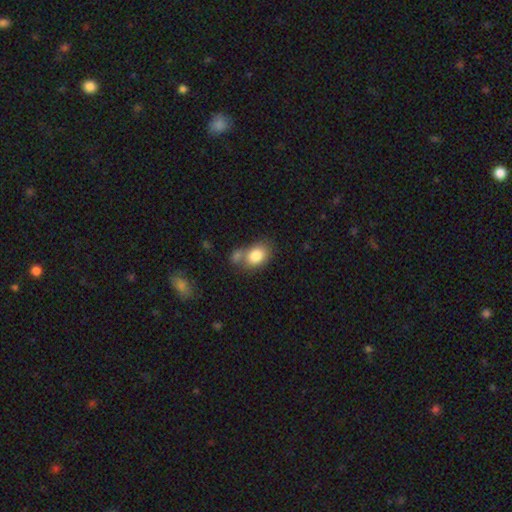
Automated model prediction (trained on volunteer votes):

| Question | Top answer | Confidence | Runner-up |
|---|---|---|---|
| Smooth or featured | smooth | 83% | featured or disk (9%) |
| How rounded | in between | 72% | round (27%) |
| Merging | none | 44% | merger (34%) |